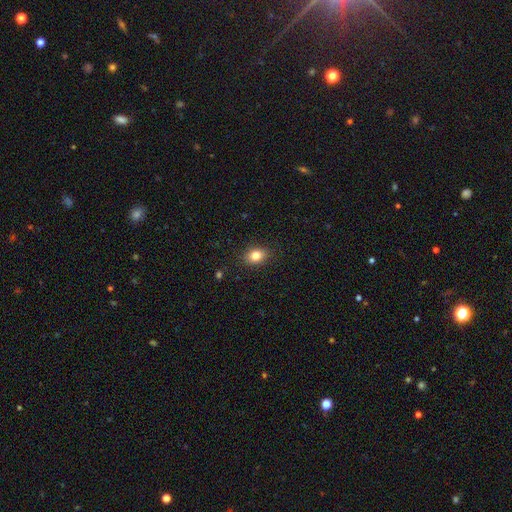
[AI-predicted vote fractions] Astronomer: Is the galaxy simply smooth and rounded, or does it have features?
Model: smooth — 82%.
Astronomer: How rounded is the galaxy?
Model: in between — 66%.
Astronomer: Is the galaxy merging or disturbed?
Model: none — 88%.